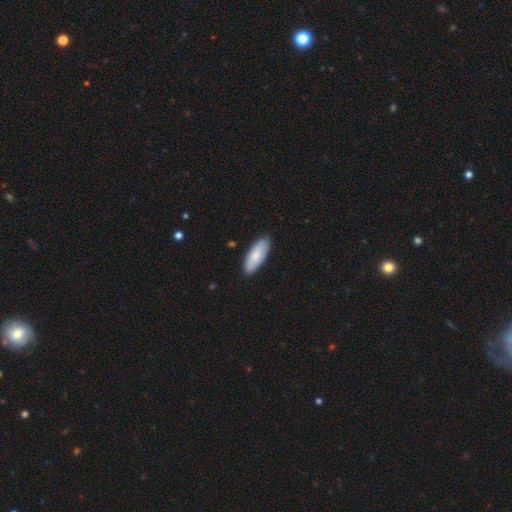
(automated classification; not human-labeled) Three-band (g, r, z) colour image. It shows a smooth galaxy with no disk features (82%) that is in between round and cigar-shaped (78%). Merging: none (87%).